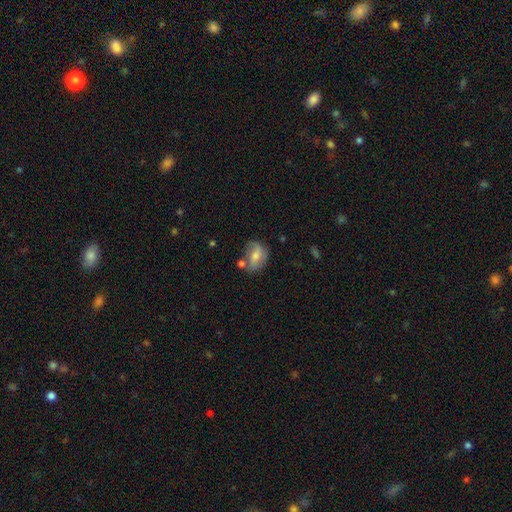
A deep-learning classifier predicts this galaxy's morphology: Smooth or featured? Predicted: smooth (p=0.54). How rounded? Predicted: in between (p=0.69). Merging? Predicted: none (p=0.52).